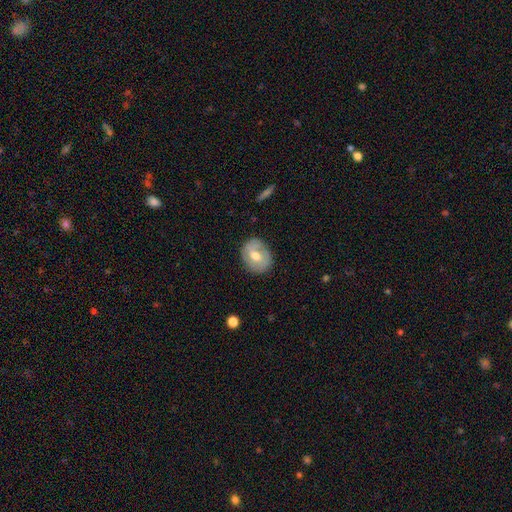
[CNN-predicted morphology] Smooth or featured: smooth — 47% (featured or disk — 46%)
Merging: none — 78% (minor disturbance — 16%)